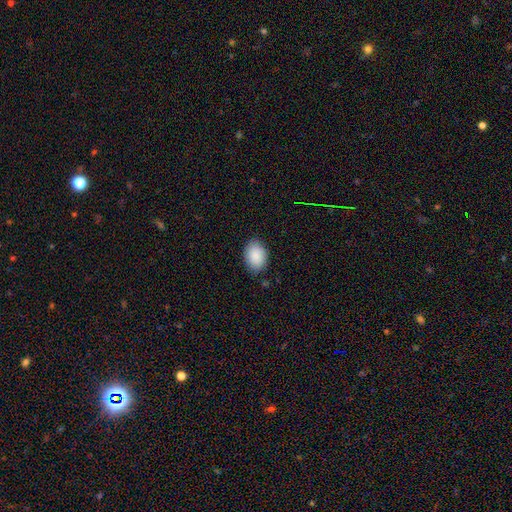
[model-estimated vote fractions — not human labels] Smooth or featured? smooth (89%)
How rounded? in between (84%)
Merging? none (84%)